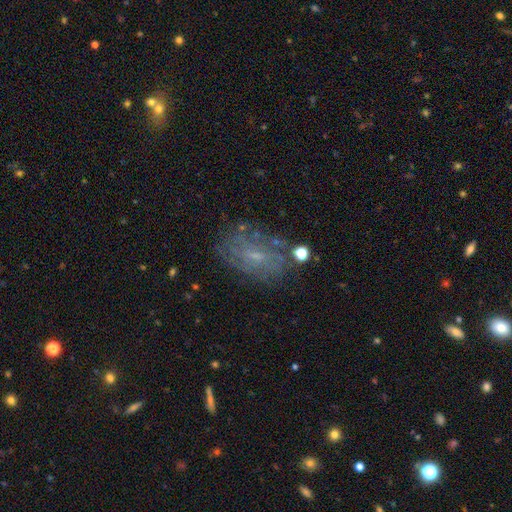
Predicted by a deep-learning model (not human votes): A featured or disk galaxy (54%) with no bar (60%), spiral arms (60%) and a small central bulge (72%). Merging: none (67%).